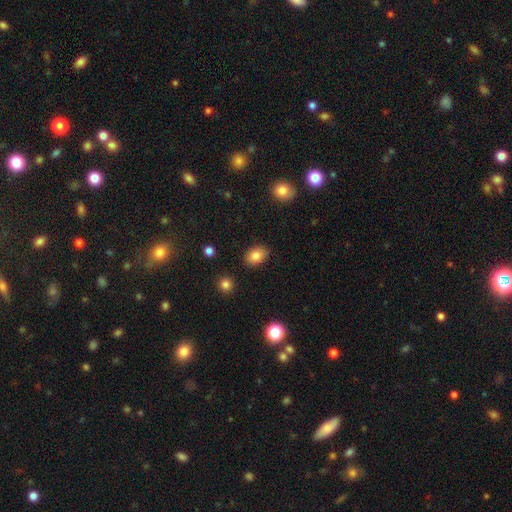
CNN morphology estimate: smooth 84%, star or artifact 9%, featured or disk 7%. Down the decision tree: how rounded — in between (81%); merging — none (87%).